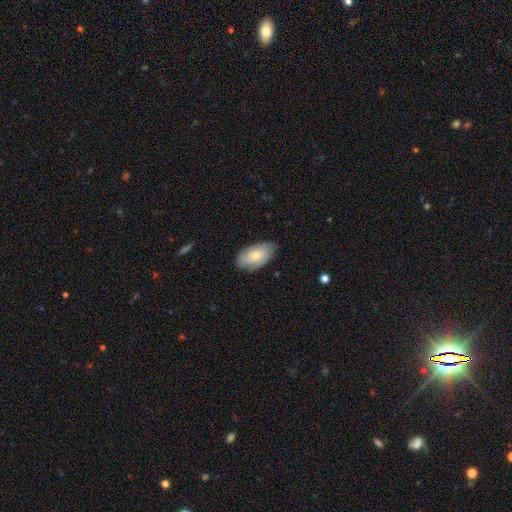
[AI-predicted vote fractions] smooth 65%, featured or disk 29%, star or artifact 6%. Down the decision tree: how rounded — in between (93%); merging — none (77%).